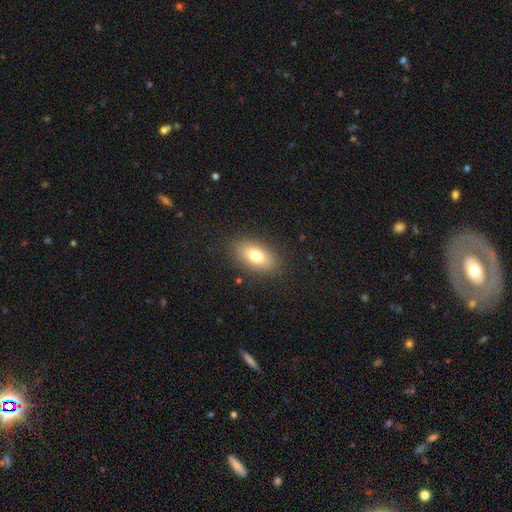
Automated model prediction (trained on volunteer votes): smooth 76%, featured or disk 15%, star or artifact 9%. Down the decision tree: how rounded — in between (88%); merging — none (86%).